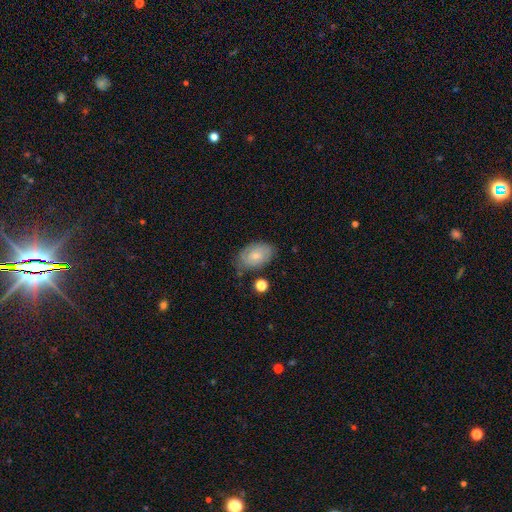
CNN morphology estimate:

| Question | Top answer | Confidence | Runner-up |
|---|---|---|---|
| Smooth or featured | smooth | 54% | featured or disk (38%) |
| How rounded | in between | 86% | round (12%) |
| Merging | none | 67% | minor disturbance (23%) |